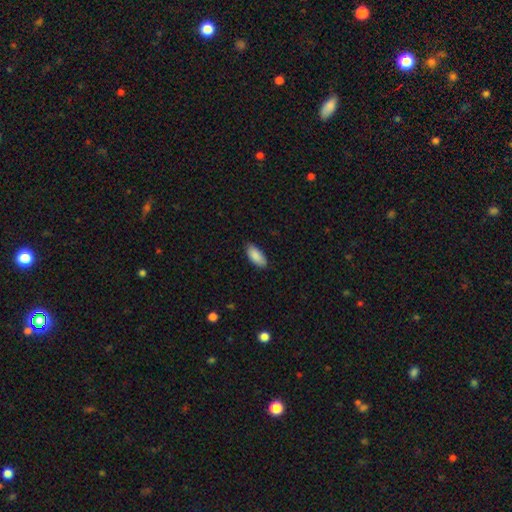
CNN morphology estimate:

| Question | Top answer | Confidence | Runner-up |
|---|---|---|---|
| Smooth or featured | smooth | 89% | star or artifact (6%) |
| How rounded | in between | 88% | cigar-shaped (10%) |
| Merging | none | 82% | minor disturbance (14%) |